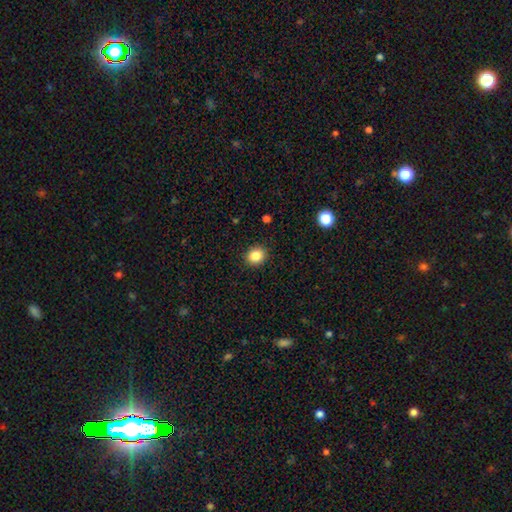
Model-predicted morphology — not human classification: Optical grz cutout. It shows a smooth galaxy with no disk features (86%) that is round (66%). Merging: none (91%).